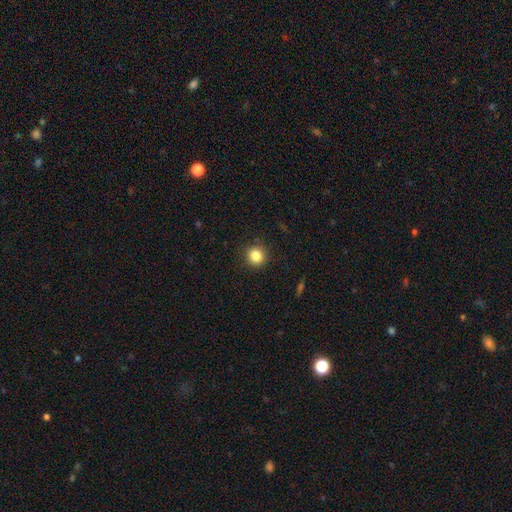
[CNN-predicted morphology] This is clearly a smooth galaxy (85%). How rounded: clearly round (92%). Merging: clearly none (90%).